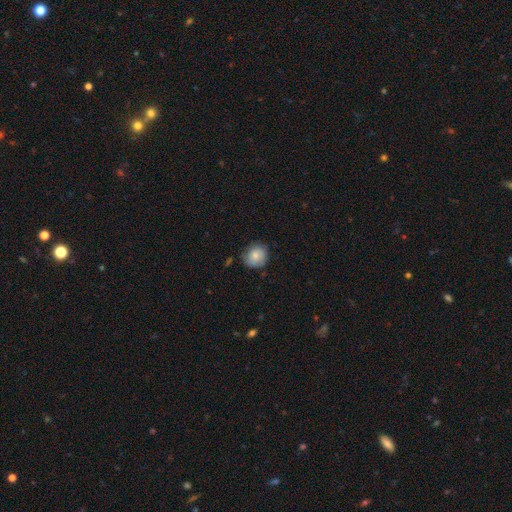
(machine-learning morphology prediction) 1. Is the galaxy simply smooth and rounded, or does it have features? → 79% smooth, 13% featured or disk, 8% star or artifact.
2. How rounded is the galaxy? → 80% round, 19% in between, 1% cigar-shaped.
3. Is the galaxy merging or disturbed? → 71% none, 23% minor disturbance, 4% major disturbance, 2% merger.